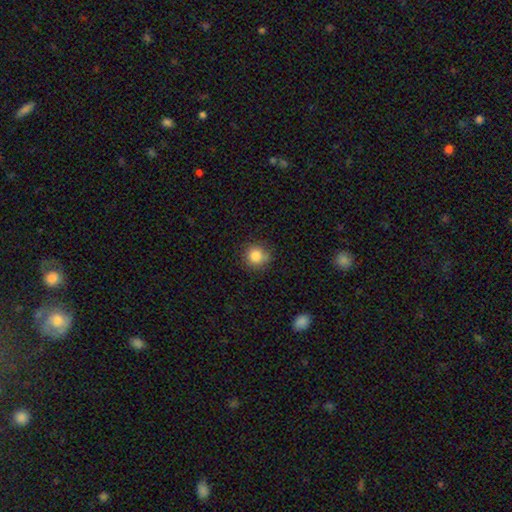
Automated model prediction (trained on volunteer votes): This is clearly a smooth galaxy (84%). How rounded: clearly round (91%). Merging: clearly none (81%).